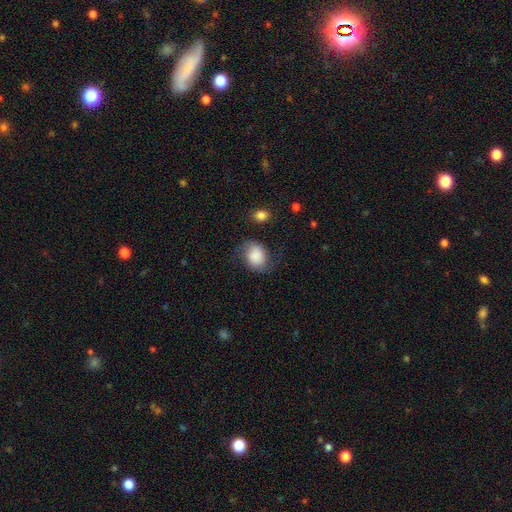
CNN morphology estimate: Q: Smooth or featured?
A: smooth (69%); runner-up: featured or disk (23%)
Q: How rounded?
A: round (51%); runner-up: in between (48%)
Q: Merging?
A: none (60%); runner-up: minor disturbance (24%)